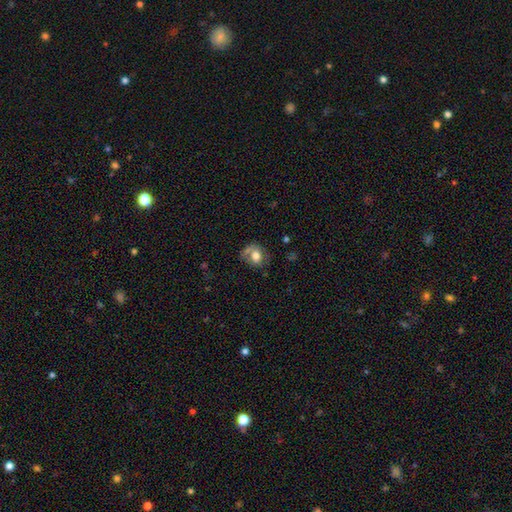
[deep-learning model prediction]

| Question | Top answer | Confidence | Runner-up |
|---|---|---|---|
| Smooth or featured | smooth | 67% | featured or disk (24%) |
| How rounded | round | 64% | in between (35%) |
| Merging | none | 52% | minor disturbance (25%) |